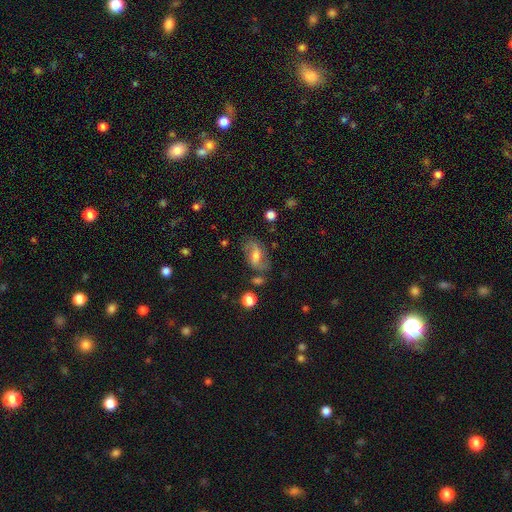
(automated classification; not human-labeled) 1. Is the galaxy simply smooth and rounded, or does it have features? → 63% featured or disk, 28% smooth, 9% star or artifact.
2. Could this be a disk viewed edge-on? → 94% no, 6% yes.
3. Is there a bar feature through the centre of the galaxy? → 47% weak, 27% no, 27% strong.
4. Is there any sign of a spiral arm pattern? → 86% yes, 14% no.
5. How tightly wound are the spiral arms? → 42% loose (tied), 42% medium (tied), 17% tight.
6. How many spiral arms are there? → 85% 2, 8% can't tell, 3% 1, 1% 3, 1% 4, 1% more than 4.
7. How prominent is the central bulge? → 52% moderate, 29% small, 11% large, 6% none, 2% dominant.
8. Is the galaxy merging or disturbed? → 68% none, 19% minor disturbance, 8% major disturbance, 5% merger.